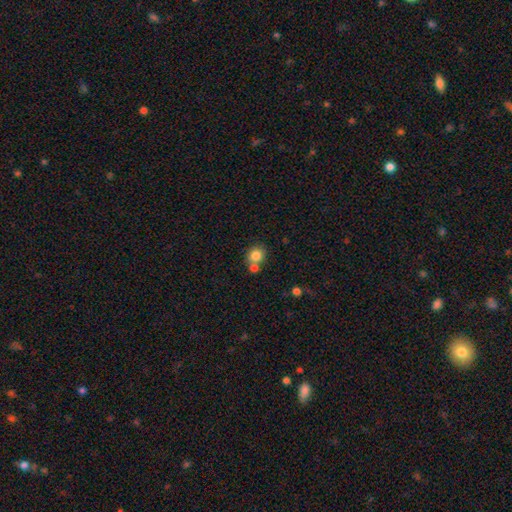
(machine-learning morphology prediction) smooth_or_featured: smooth (p=0.83) [alt: star or artifact p=0.10]
how_rounded: round (p=0.79) [alt: in between p=0.20]
merging: none (p=0.55) [alt: merger p=0.33]